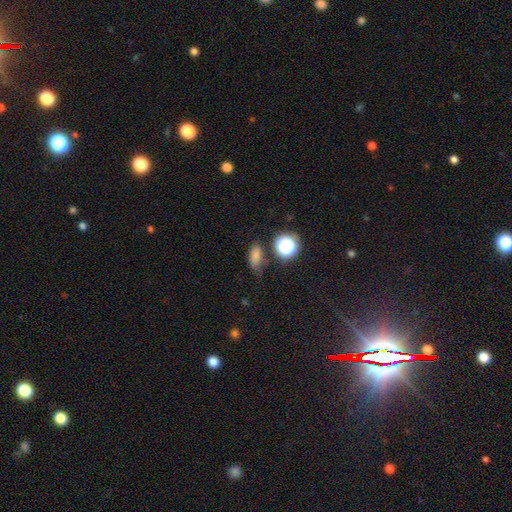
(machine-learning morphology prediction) smooth 74%, star or artifact 18%, featured or disk 8%. Down the decision tree: how rounded — in between (74%); merging — none (57%).